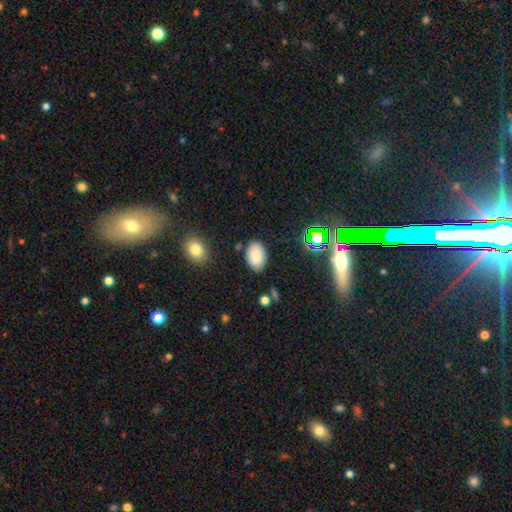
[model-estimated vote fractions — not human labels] smooth_or_featured: smooth (p=0.83) [alt: star or artifact p=0.10]
how_rounded: in between (p=0.92) [alt: round p=0.07]
merging: none (p=0.84) [alt: minor disturbance p=0.10]